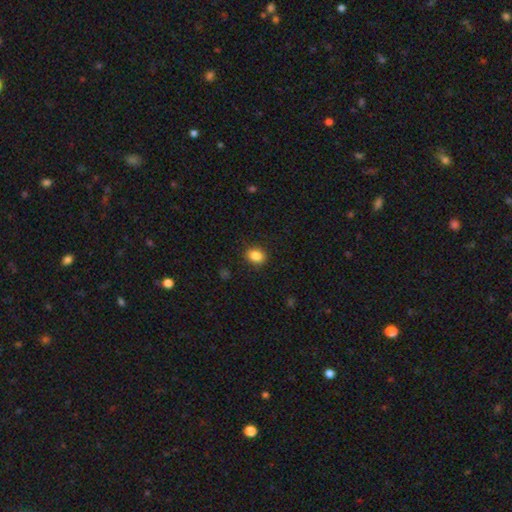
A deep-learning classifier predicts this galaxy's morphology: Q: Smooth or featured?
A: smooth (86%); runner-up: star or artifact (10%)
Q: How rounded?
A: in between (60%); runner-up: round (39%)
Q: Merging?
A: none (87%); runner-up: minor disturbance (9%)